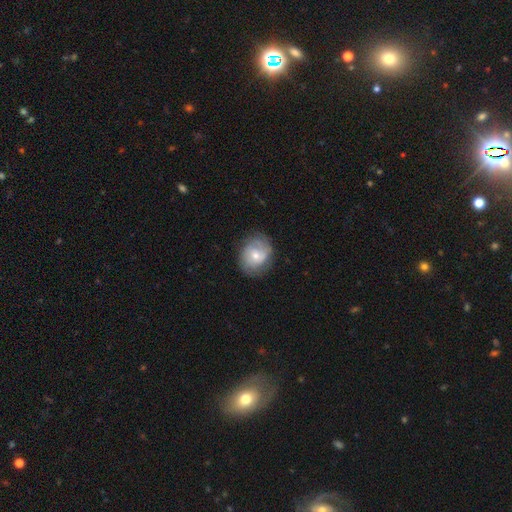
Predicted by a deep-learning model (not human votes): Q: Smooth or featured?
A: featured or disk (47%); runner-up: smooth (45%)
Q: Merging?
A: none (74%); runner-up: minor disturbance (18%)